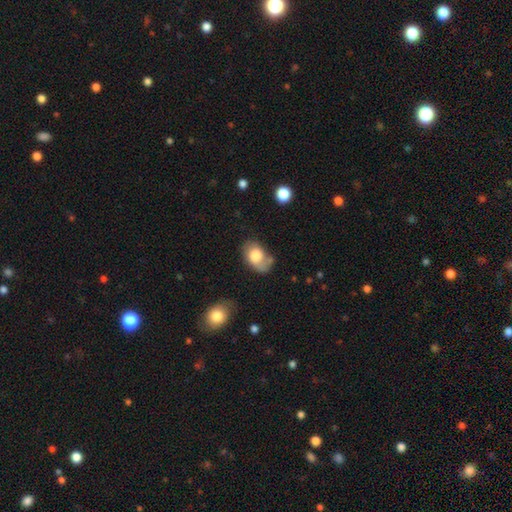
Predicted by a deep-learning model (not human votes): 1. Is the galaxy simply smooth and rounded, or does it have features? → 70% smooth, 22% featured or disk, 8% star or artifact.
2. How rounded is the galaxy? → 81% in between, 17% round, 1% cigar-shaped.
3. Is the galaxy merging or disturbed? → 46% none, 30% minor disturbance, 15% major disturbance, 8% merger.